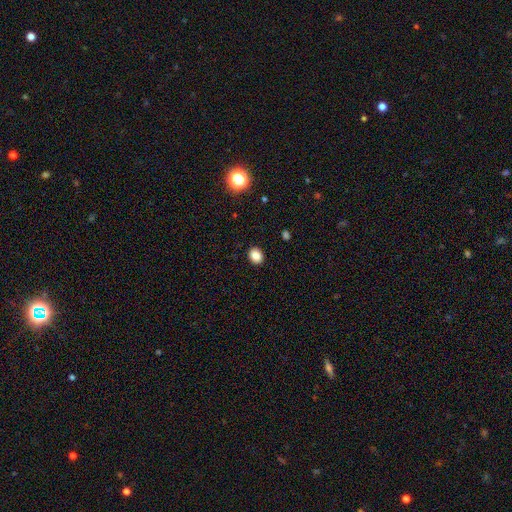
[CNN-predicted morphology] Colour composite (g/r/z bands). It shows a smooth galaxy with no disk features (85%) that is round (52%). Merging: none (91%).